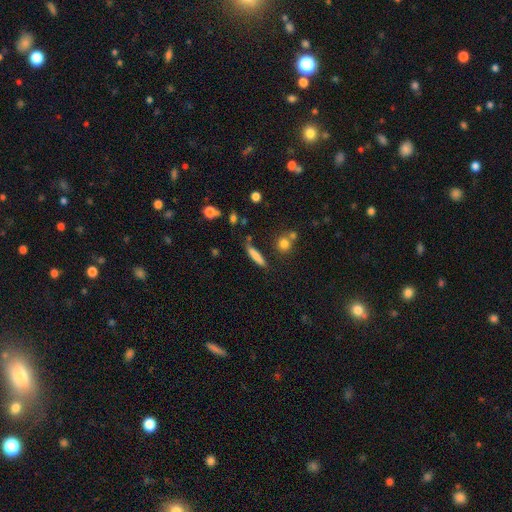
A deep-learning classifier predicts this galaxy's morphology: The model was most divided on "merging": none: 76%, minor disturbance: 14%, merger: 6%, major disturbance: 4%. More confident: how rounded — cigar-shaped (81%); smooth or featured — smooth (77%).